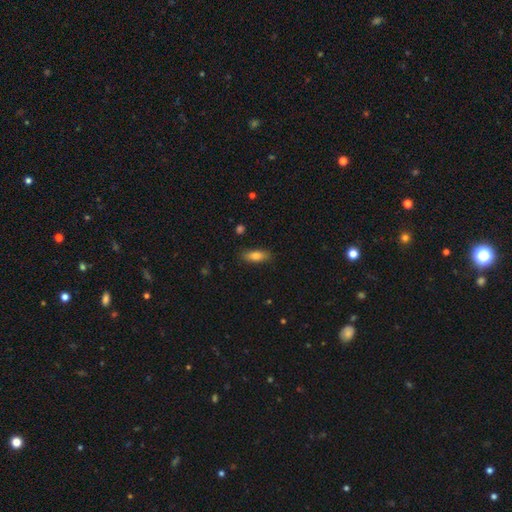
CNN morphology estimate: smooth-or-featured: smooth: 80% | featured or disk: 12% | star or artifact: 8%
  how-rounded: in between: 73% | cigar-shaped: 25% | round: 3%
  merging: none: 84% | minor disturbance: 12% | major disturbance: 2% | merger: 1%